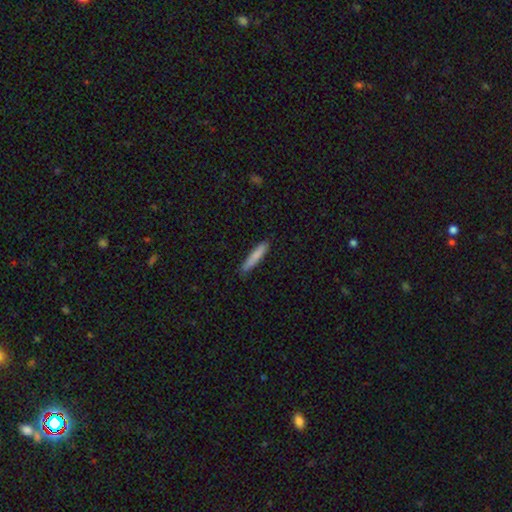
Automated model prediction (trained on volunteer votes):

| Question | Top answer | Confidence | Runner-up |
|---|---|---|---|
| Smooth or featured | smooth | 83% | featured or disk (12%) |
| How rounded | cigar-shaped | 91% | in between (8%) |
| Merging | none | 87% | minor disturbance (10%) |